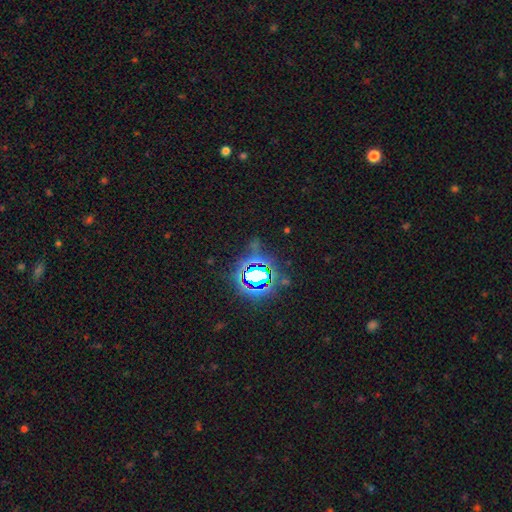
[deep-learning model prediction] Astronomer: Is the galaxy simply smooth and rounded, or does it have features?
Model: star or artifact — 83%.